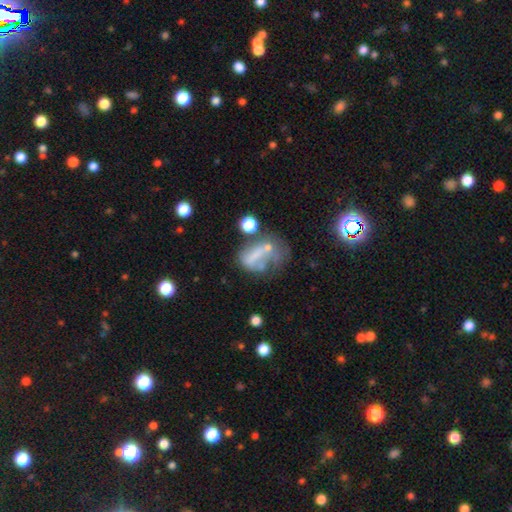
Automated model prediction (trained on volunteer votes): Morphology: type=smooth (43%); merging=major disturbance (39%).